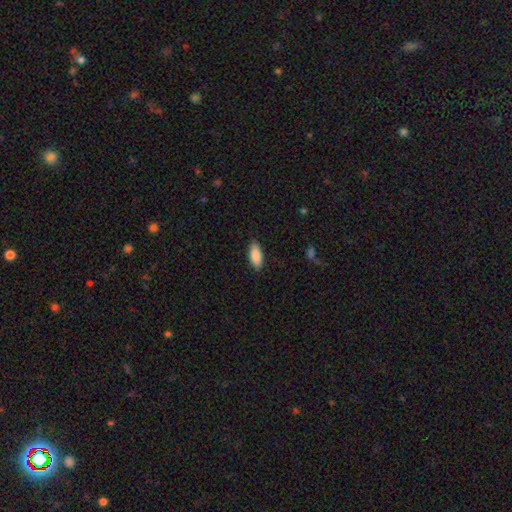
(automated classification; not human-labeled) Smooth or featured?
  - smooth: 86% *
  - featured or disk: 8%
  - star or artifact: 6%
How rounded?
  - in between: 78% *
  - cigar-shaped: 20%
  - round: 2%
Merging?
  - none: 87% *
  - minor disturbance: 10%
  - major disturbance: 2%
  - merger: 1%